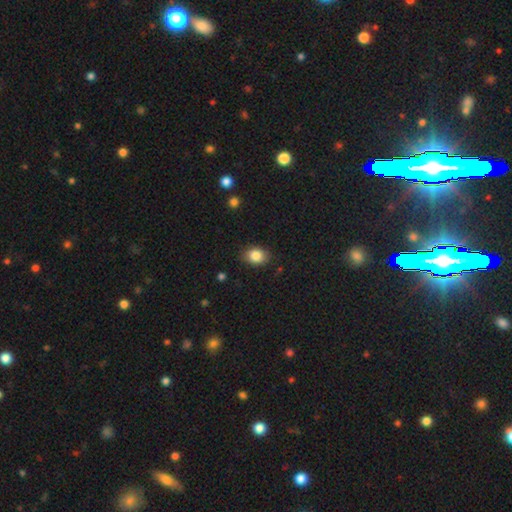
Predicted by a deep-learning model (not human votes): This is clearly a smooth galaxy (86%). How rounded: likely in between (64%). Merging: clearly none (84%).